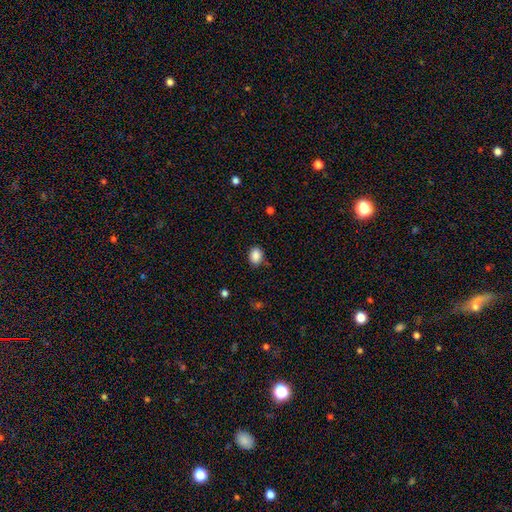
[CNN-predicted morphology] Q: Smooth or featured?
A: smooth (88%); runner-up: star or artifact (8%)
Q: How rounded?
A: in between (67%); runner-up: round (32%)
Q: Merging?
A: none (84%); runner-up: minor disturbance (12%)